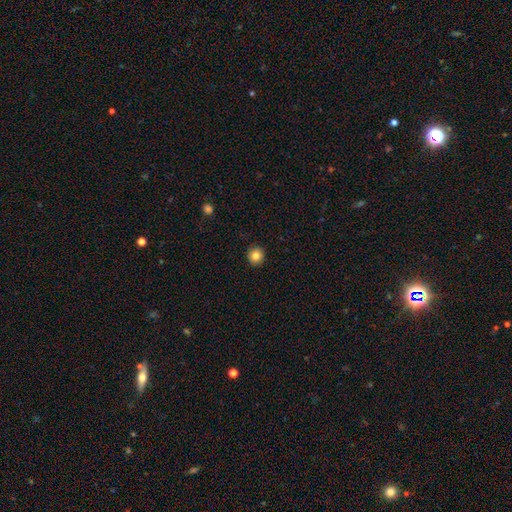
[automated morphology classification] This is clearly a smooth galaxy (83%). How rounded: clearly round (94%). Merging: clearly none (93%).